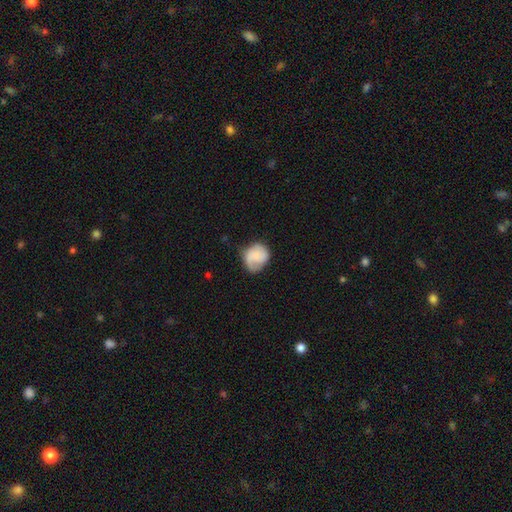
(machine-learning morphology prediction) A smooth galaxy with no disk features (66%) that is round (62%). Merging: none (49%).